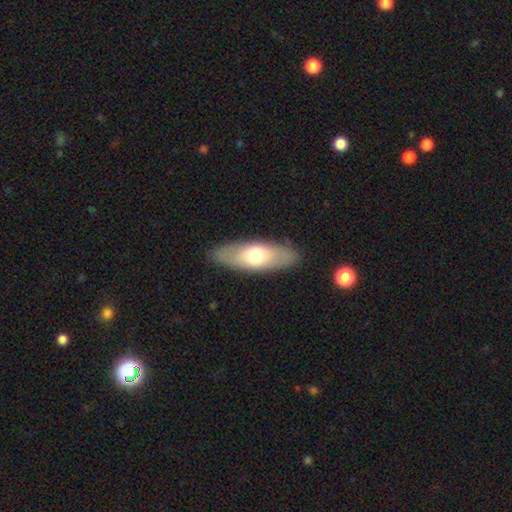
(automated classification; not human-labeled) This appears to be a smooth galaxy with no disk features (63%) that is in between round and cigar-shaped (69%). Merging: none (87%).